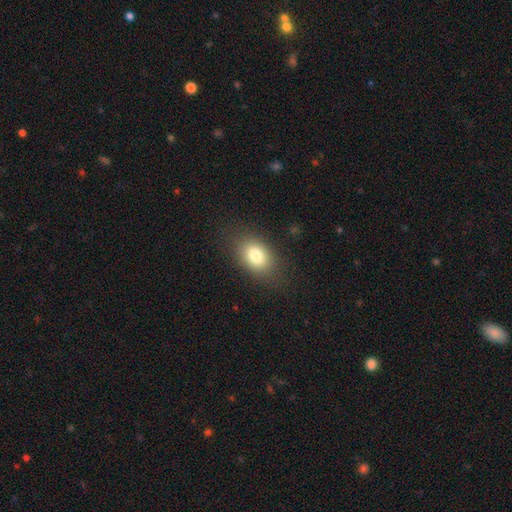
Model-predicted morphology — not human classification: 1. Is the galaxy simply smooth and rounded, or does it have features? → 81% smooth, 10% featured or disk, 9% star or artifact.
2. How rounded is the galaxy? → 82% in between, 16% round, 1% cigar-shaped.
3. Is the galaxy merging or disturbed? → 81% none, 13% minor disturbance, 5% major disturbance, 1% merger.